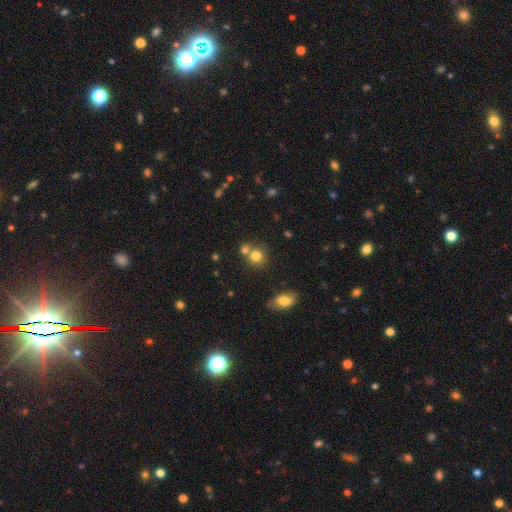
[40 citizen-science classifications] Q: Smooth or featured?
A: smooth (92%); runner-up: featured or disk (8%)
Q: How rounded?
A: round (89%); runner-up: in between (11%)
Q: Merging?
A: none (65%); runner-up: merger (28%)